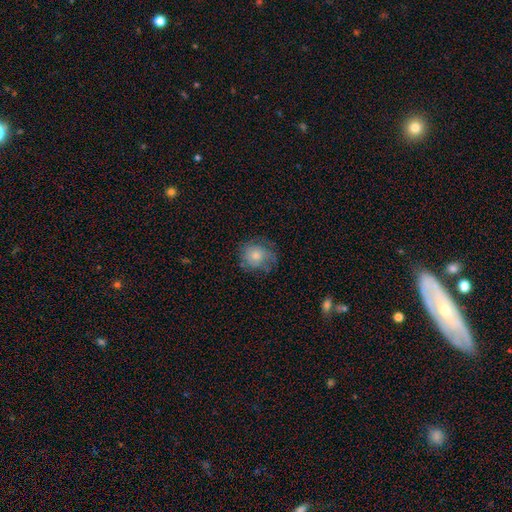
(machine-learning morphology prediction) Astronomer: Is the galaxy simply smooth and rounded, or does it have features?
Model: smooth — 74%.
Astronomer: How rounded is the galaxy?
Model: round — 79%.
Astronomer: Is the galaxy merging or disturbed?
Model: none — 62%.